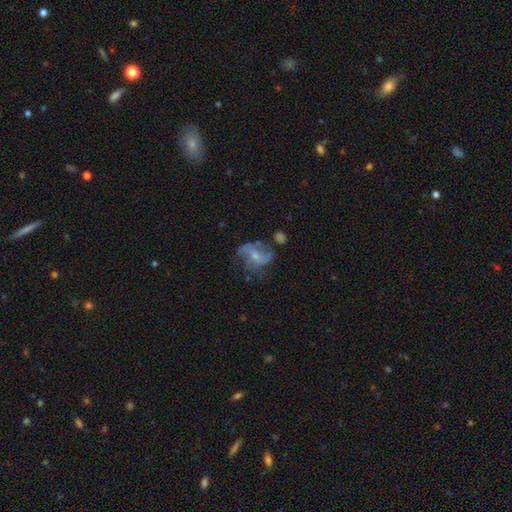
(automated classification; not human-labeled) Smooth or featured? Predicted: featured or disk (p=0.70). Edge-on disk? Predicted: no (p=0.97). Bar? Predicted: no (p=0.56). Spiral arms? Predicted: yes (p=0.80). Spiral winding? Predicted: loose (p=0.47). Spiral arm count? Predicted: 2 (p=0.40). Bulge size? Predicted: small (p=0.56). Merging? Predicted: none (p=0.48).